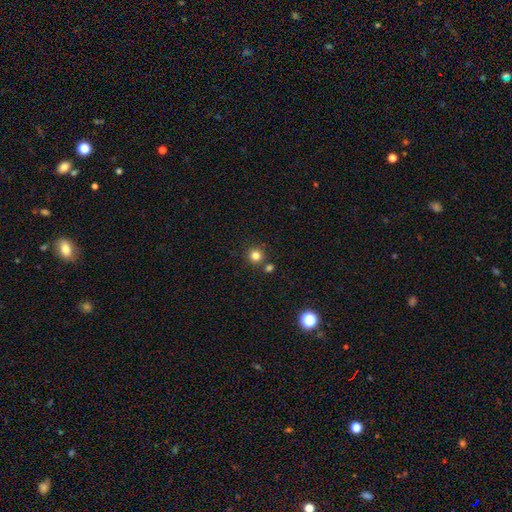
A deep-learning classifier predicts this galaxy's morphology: smooth-or-featured: smooth: 81% | star or artifact: 14% | featured or disk: 5%
  how-rounded: round: 95% | in between: 4% | cigar-shaped: 1%
  merging: none: 81% | merger: 11% | minor disturbance: 6% | major disturbance: 2%